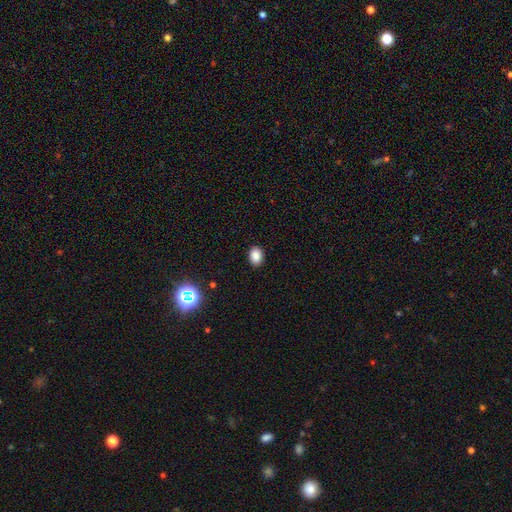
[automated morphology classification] Smooth or featured? smooth (86%)
How rounded? in between (68%)
Merging? none (90%)